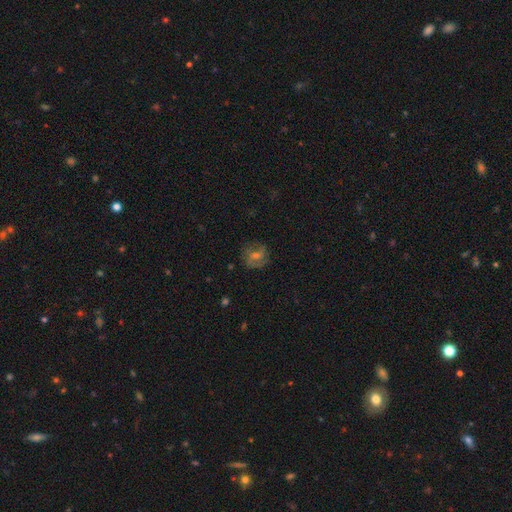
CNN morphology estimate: smooth-or-featured: featured or disk: 56% | smooth: 30% | star or artifact: 15%
  disk-edge-on: no: 96% | yes: 4%
    bar: weak: 46% | no: 40% | strong: 14%
    has-spiral-arms: yes: 80% | no: 20%
    bulge-size: moderate: 51% | small: 40% | none: 5% | large: 3% | dominant: 1%
  merging: none: 77% | minor disturbance: 15% | major disturbance: 7% | merger: 1%